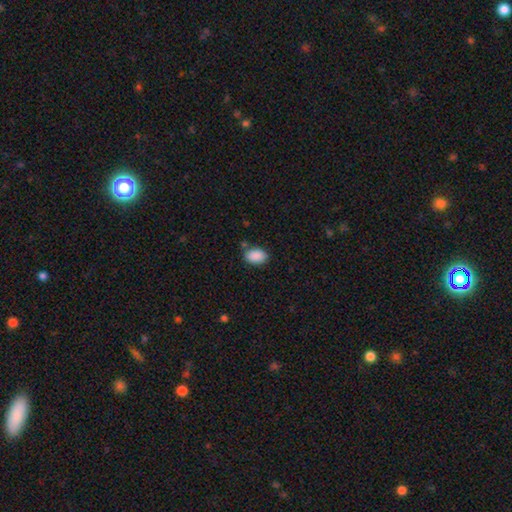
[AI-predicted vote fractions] Morphology: type=smooth (90%); roundness=in between (87%); merging=none (79%).